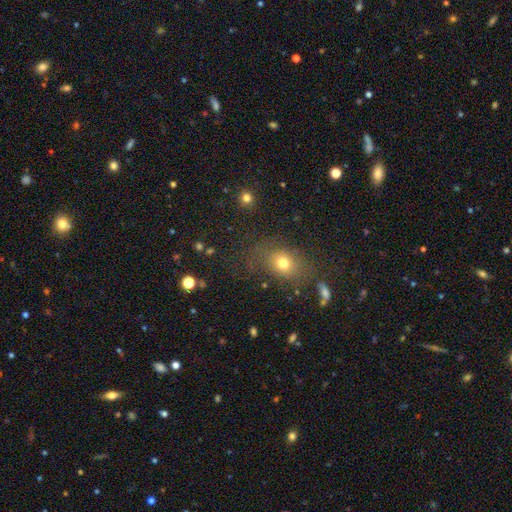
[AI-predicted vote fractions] A smooth galaxy with no disk features (59%) that is round (50%). Merging: none (77%).